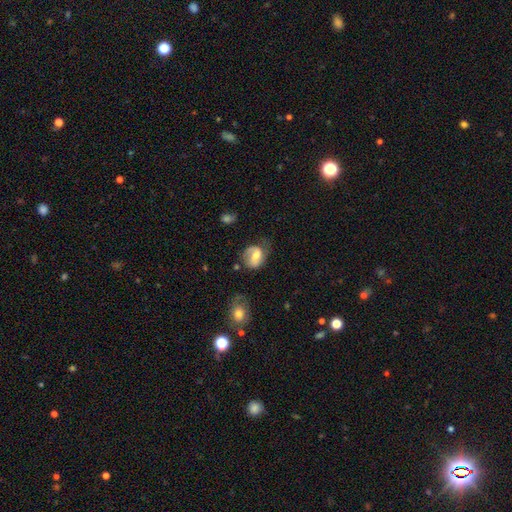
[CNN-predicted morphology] Smooth or featured: featured or disk — 52% (smooth — 40%)
Edge-on disk: no — 96% (yes — 4%)
Bar: weak — 45% (no — 34%)
Spiral arms: yes — 80% (no — 20%)
Bulge size: moderate — 57% (small — 26%)
Merging: none — 51% (minor disturbance — 27%)